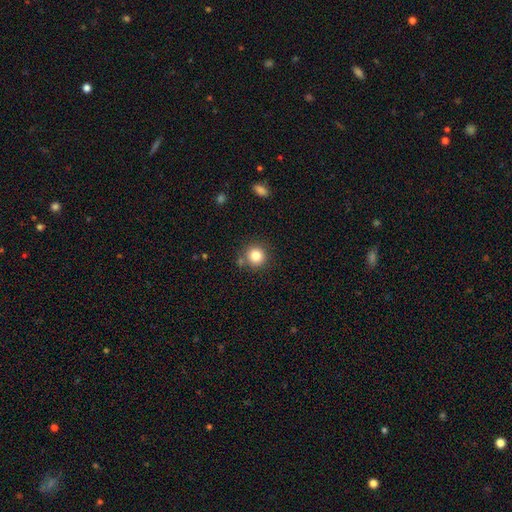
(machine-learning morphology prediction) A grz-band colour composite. It shows a smooth galaxy with no disk features (82%) that is round (94%). Merging: none (82%).